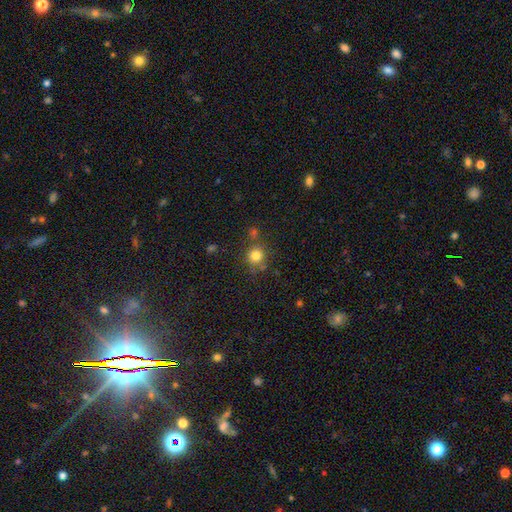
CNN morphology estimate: This is likely a smooth galaxy (80%). How rounded: clearly round (91%). Merging: likely none (71%).